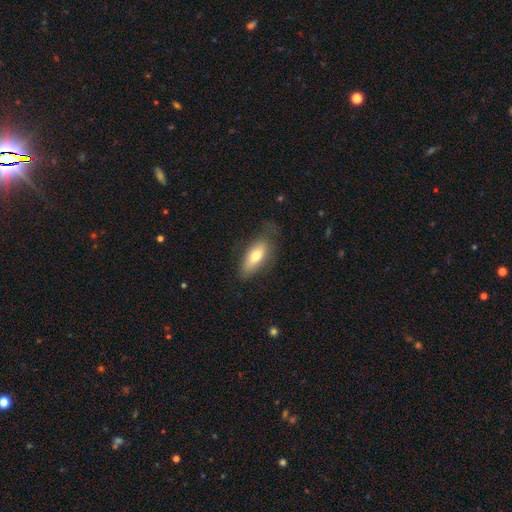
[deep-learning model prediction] Smooth or featured?
  - smooth: 71% *
  - featured or disk: 23%
  - star or artifact: 7%
How rounded?
  - in between: 76% *
  - cigar-shaped: 21%
  - round: 3%
Merging?
  - none: 67% *
  - minor disturbance: 23%
  - major disturbance: 9%
  - merger: 1%